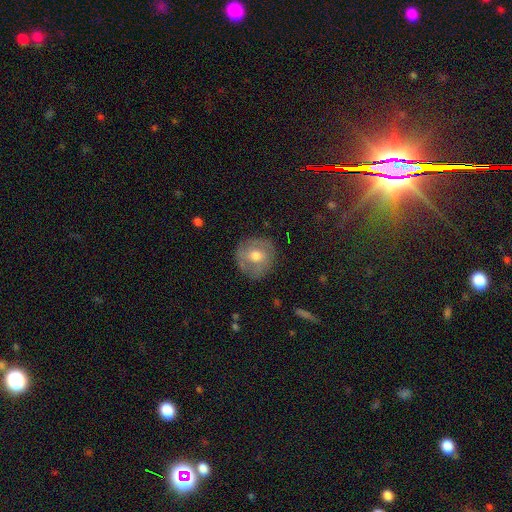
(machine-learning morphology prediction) This appears to be a smooth galaxy with no disk features (49%). Merging: none (79%).